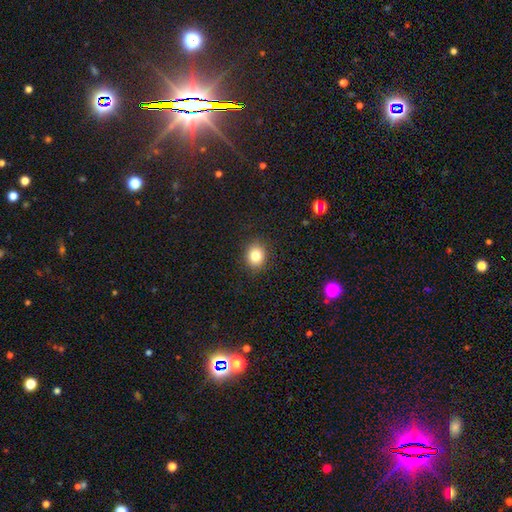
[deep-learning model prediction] Morphology: type=smooth (82%); roundness=round (64%); merging=none (89%).